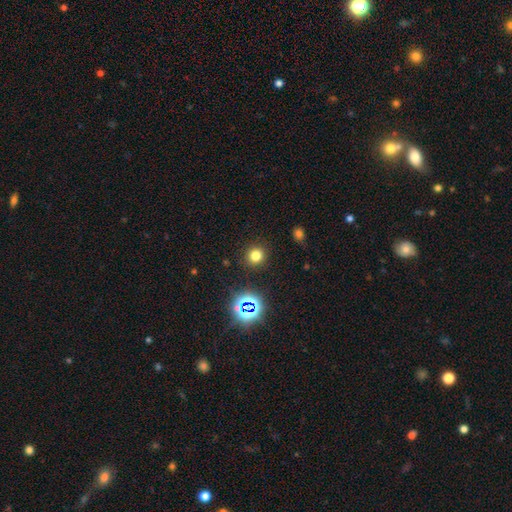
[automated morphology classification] Smooth or featured? Predicted: smooth (p=0.73). How rounded? Predicted: round (p=0.89). Merging? Predicted: none (p=0.91).